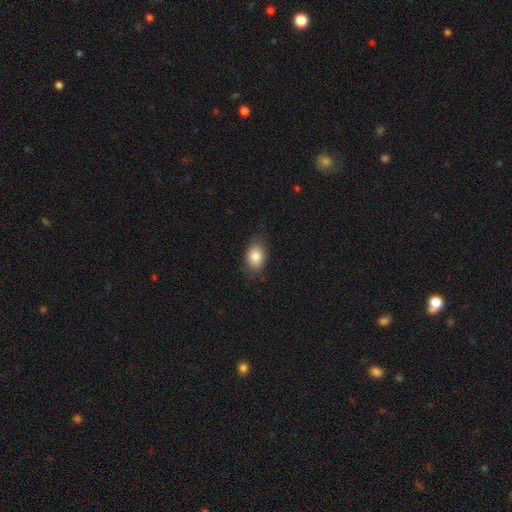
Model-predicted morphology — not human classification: This is clearly a smooth galaxy (84%). How rounded: likely in between (79%). Merging: likely none (79%).